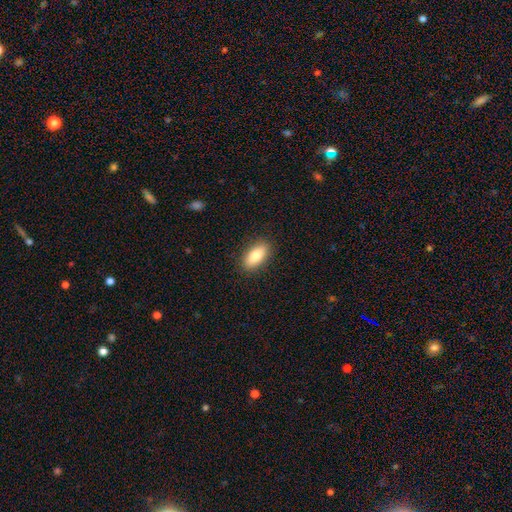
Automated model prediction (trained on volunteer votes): Overall: smooth (80%). How rounded: in between (85%). Merging: none (89%).